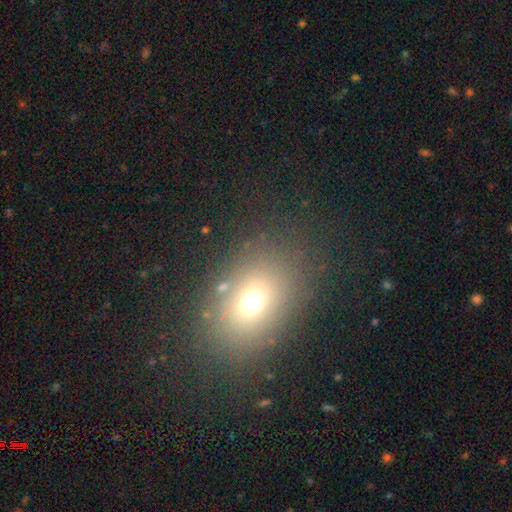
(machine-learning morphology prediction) This appears to be a smooth galaxy with no disk features (67%) that is in between round and cigar-shaped (65%). Merging: none (82%).